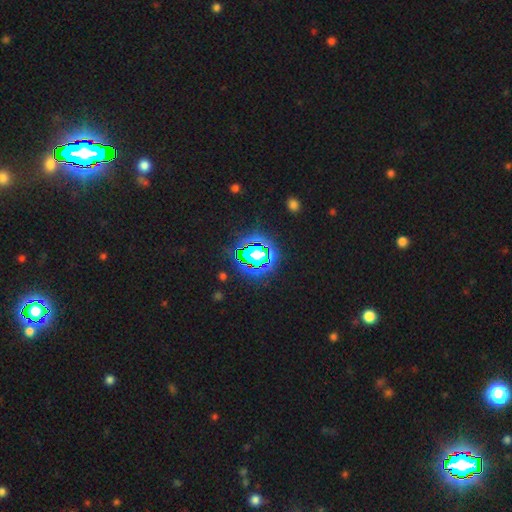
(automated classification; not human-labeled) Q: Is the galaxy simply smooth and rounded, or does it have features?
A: star or artifact — 73%.